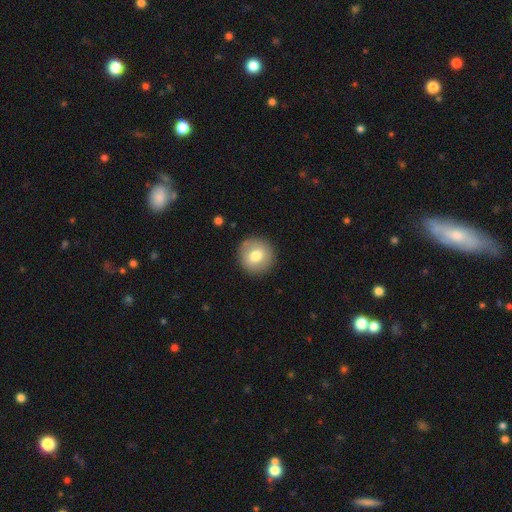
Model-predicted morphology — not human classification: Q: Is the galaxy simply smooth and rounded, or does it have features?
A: smooth — 72%.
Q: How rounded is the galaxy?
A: round — 94%.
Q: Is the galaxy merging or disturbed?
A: none — 90%.